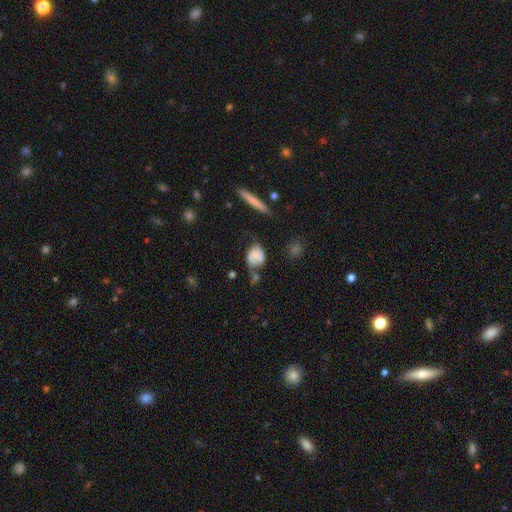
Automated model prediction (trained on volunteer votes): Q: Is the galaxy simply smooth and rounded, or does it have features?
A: featured or disk — 46%.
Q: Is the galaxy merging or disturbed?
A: none — 42%.